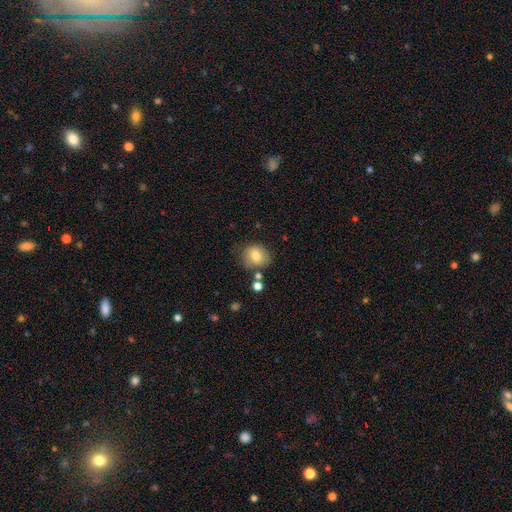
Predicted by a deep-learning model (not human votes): Smooth or featured: smooth — 76% (featured or disk — 15%)
How rounded: round — 70% (in between — 30%)
Merging: none — 68% (minor disturbance — 19%)